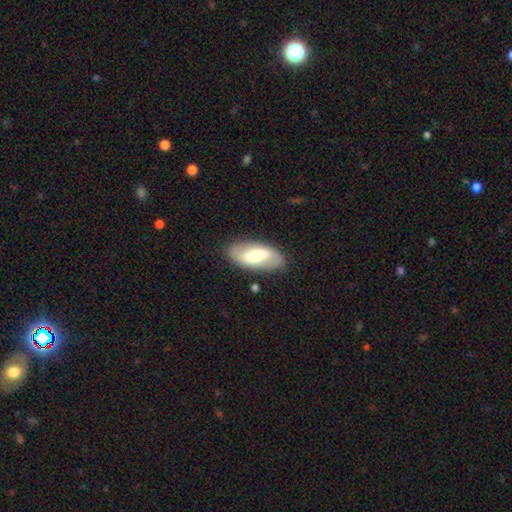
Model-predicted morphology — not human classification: A featured or disk galaxy (51%).

Vote fractions:
- Smooth or featured? featured or disk: 51% / smooth: 43% / star or artifact: 6%
- Edge-on disk? no: 90% / yes: 10%
- Merging? none: 84% / minor disturbance: 12% / major disturbance: 3% / merger: 1%